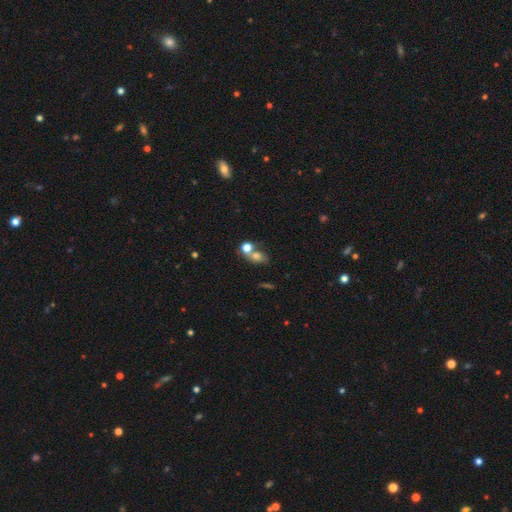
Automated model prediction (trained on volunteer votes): Smooth or featured: smooth — 69% (featured or disk — 17%)
How rounded: round — 51% (in between — 46%)
Merging: merger — 53% (none — 32%)